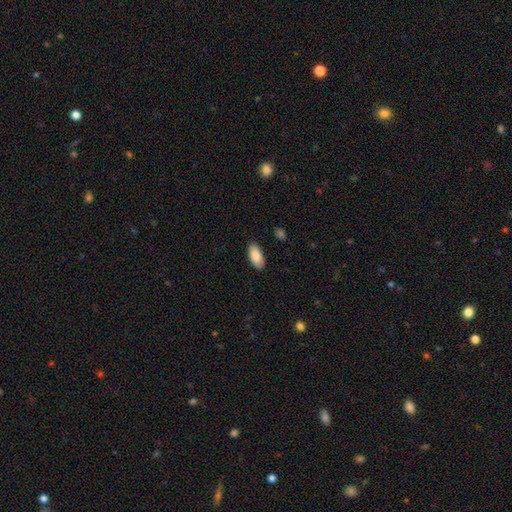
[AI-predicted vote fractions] Morphology: type=smooth (88%); roundness=in between (92%); merging=none (87%).